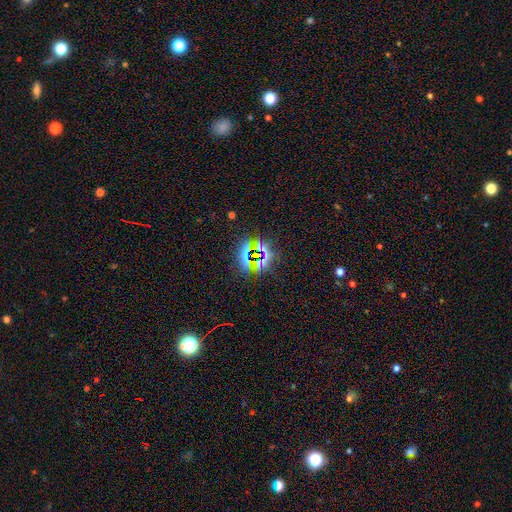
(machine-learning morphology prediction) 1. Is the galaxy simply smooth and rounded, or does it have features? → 78% star or artifact, 14% smooth, 8% featured or disk.